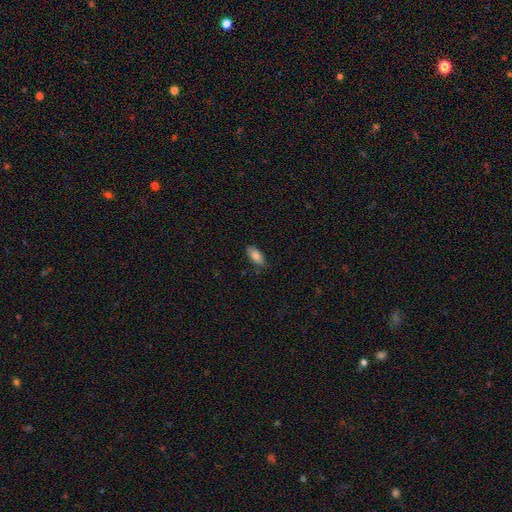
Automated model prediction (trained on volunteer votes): This is clearly a smooth galaxy (83%). How rounded: clearly in between (89%). Merging: clearly none (80%).